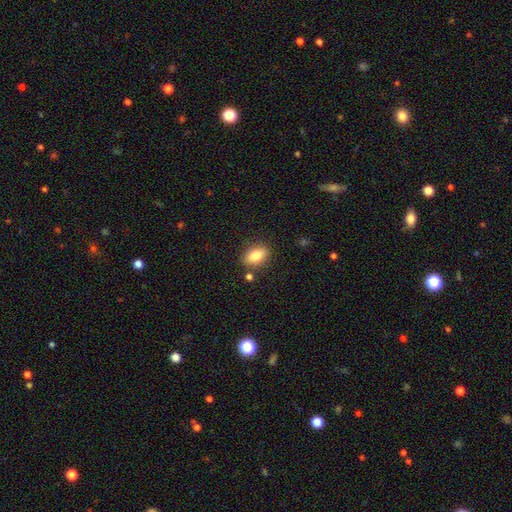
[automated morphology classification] Smooth or featured? Predicted: smooth (p=0.83). How rounded? Predicted: in between (p=0.87). Merging? Predicted: none (p=0.83).